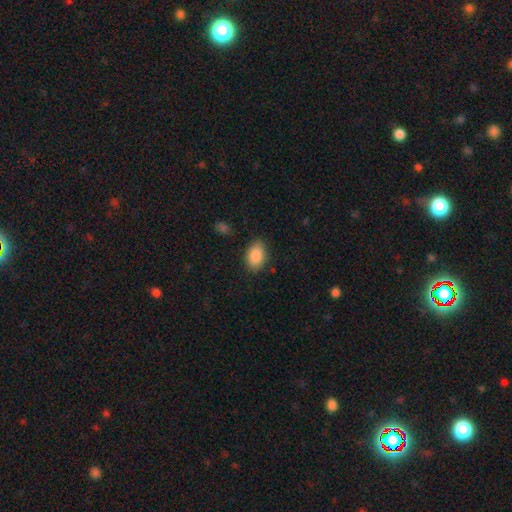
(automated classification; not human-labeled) This appears to be a smooth galaxy with no disk features (88%) that is in between round and cigar-shaped (87%). Merging: none (84%).